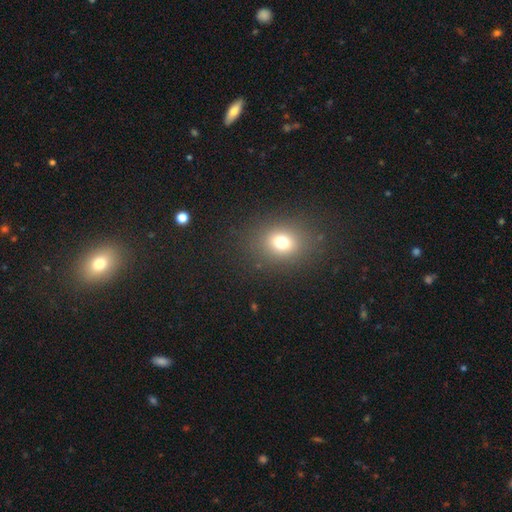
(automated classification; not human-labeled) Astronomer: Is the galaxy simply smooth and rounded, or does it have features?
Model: smooth — 63%.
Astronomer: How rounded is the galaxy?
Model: round — 55% (runner-up: in between, 44%).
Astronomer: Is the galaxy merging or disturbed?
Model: none — 89%.